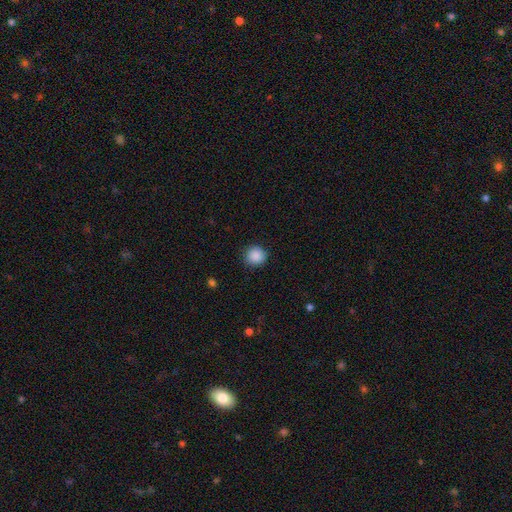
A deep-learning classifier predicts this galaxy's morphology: A smooth galaxy with no disk features (88%) that is round (92%). Merging: none (89%).